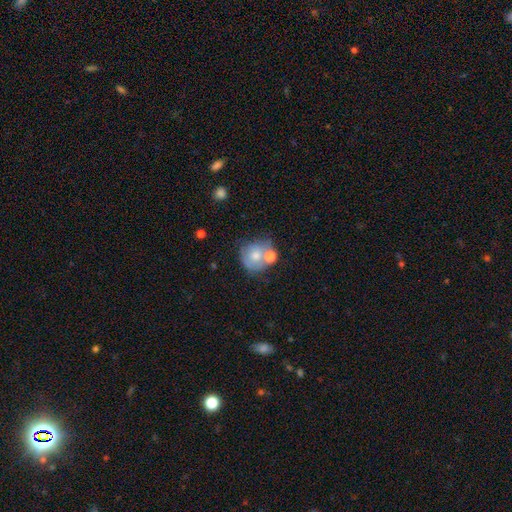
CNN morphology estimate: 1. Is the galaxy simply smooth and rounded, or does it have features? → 66% smooth, 26% featured or disk, 9% star or artifact.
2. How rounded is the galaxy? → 81% round, 18% in between, 1% cigar-shaped.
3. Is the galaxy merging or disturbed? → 39% none, 35% merger, 18% minor disturbance, 9% major disturbance.